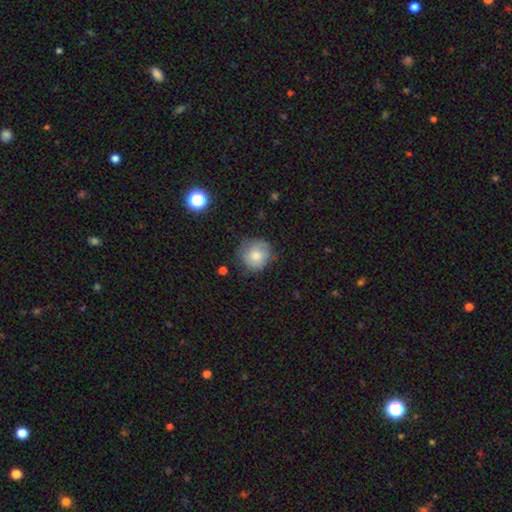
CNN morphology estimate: This appears to be a smooth galaxy with no disk features (74%) that is round (87%). Merging: none (70%).